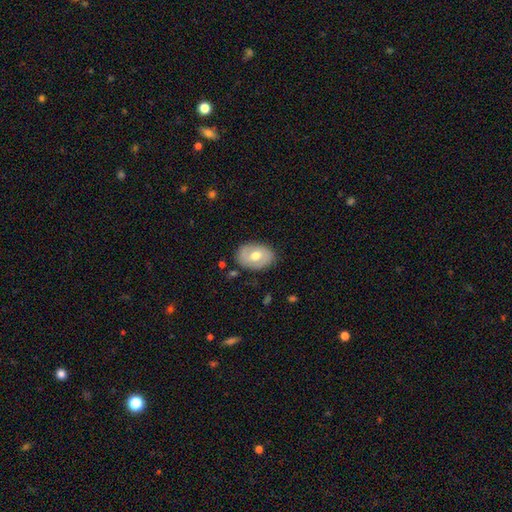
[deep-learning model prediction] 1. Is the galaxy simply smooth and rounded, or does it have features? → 53% smooth, 41% featured or disk, 6% star or artifact.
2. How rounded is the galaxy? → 77% in between, 22% round, 1% cigar-shaped.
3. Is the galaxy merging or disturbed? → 81% none, 14% minor disturbance, 3% major disturbance, 1% merger.